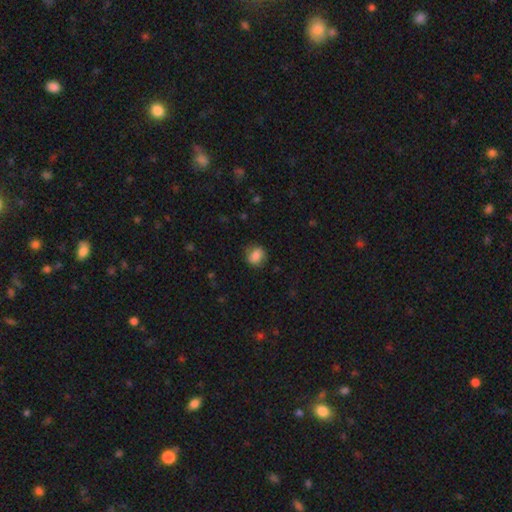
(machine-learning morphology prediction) smooth-or-featured: smooth: 82% | featured or disk: 10% | star or artifact: 8%
  how-rounded: round: 61% | in between: 38% | cigar-shaped: 1%
  merging: none: 77% | minor disturbance: 17% | major disturbance: 5% | merger: 1%